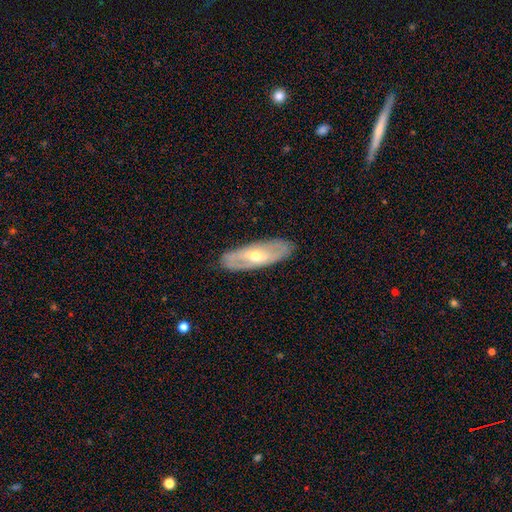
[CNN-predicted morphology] Smooth or featured: featured or disk — 65% (smooth — 29%)
Edge-on disk: no — 75% (yes — 25%)
Merging: none — 86% (minor disturbance — 11%)